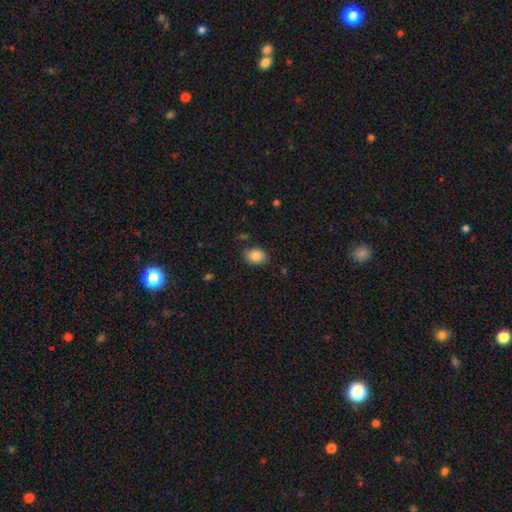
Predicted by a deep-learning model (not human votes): Smooth or featured?
  - smooth: 86% *
  - star or artifact: 8%
  - featured or disk: 6%
How rounded?
  - in between: 71% *
  - round: 28%
  - cigar-shaped: 1%
Merging?
  - none: 81% *
  - minor disturbance: 14%
  - major disturbance: 3%
  - merger: 2%